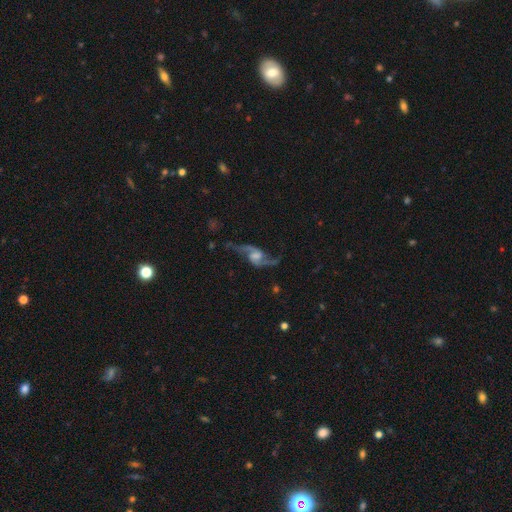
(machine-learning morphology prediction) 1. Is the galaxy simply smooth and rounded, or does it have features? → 88% featured or disk, 7% smooth, 6% star or artifact.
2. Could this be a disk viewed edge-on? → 95% no, 5% yes.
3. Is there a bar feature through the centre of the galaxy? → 48% weak, 37% no, 15% strong.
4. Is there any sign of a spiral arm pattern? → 96% yes, 4% no.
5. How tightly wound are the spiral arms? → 78% loose, 18% medium, 4% tight.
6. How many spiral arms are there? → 94% 2, 2% can't tell, 2% 1, 1% 3, 1% 4, 1% more than 4.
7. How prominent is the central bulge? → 31% moderate, 27% none, 23% small, 17% large, 2% dominant.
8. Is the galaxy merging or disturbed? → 65% none, 17% minor disturbance, 15% major disturbance, 3% merger.